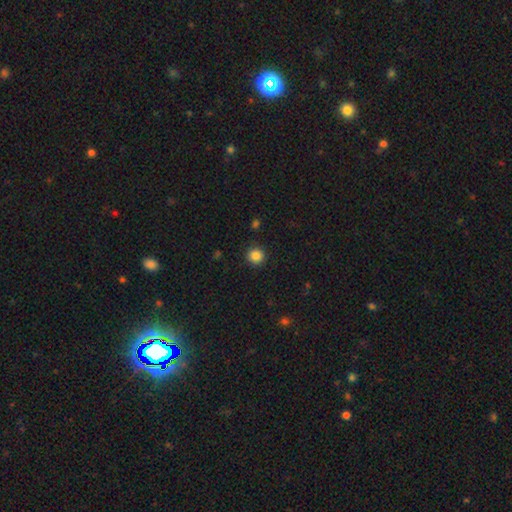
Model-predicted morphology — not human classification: Overall: smooth (85%). How rounded: round (93%). Merging: none (91%).